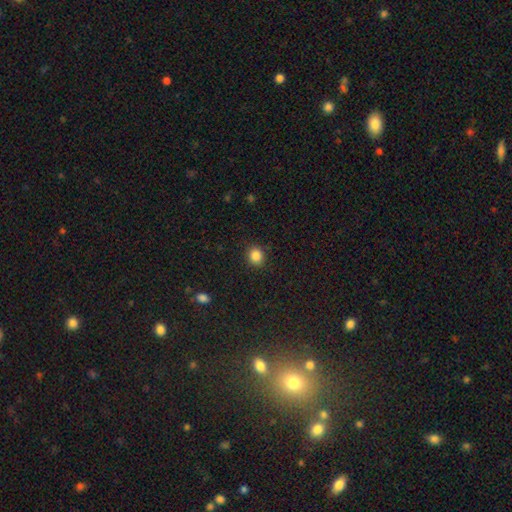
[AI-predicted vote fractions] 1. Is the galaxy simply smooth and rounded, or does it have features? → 86% smooth, 11% star or artifact, 3% featured or disk.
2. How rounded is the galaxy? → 80% round, 20% in between, 1% cigar-shaped.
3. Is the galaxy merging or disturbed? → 90% none, 7% minor disturbance, 2% major disturbance, 1% merger.